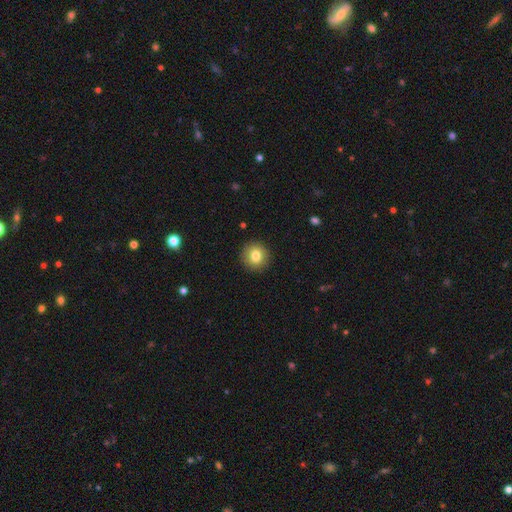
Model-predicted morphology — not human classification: Overall: smooth (80%). How rounded: round (90%). Merging: none (91%).